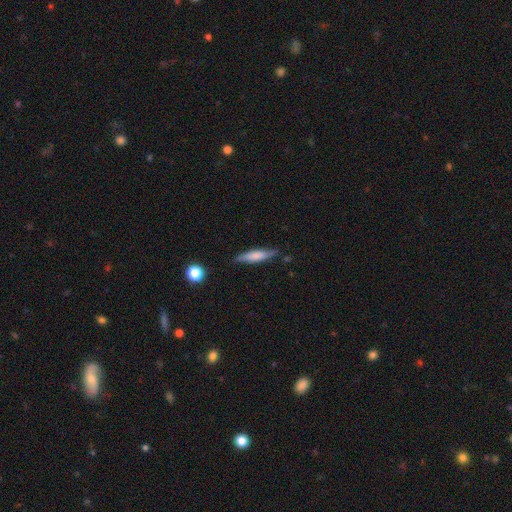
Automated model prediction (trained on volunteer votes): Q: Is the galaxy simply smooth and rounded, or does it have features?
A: smooth — 59%.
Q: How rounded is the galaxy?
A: cigar-shaped — 80%.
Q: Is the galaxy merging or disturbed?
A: none — 79%.